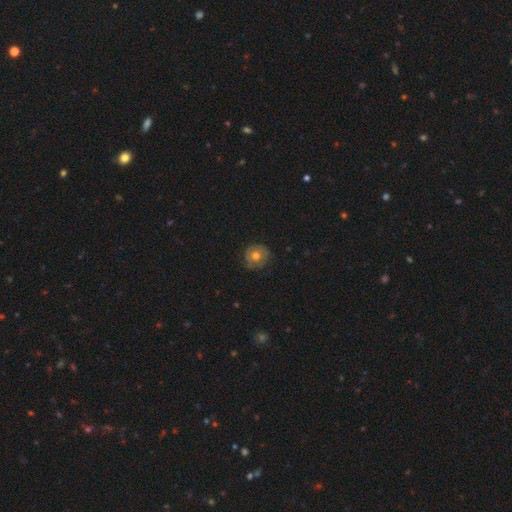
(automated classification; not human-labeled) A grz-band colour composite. It shows a smooth galaxy with no disk features (54%) that is round (91%). Merging: none (79%).